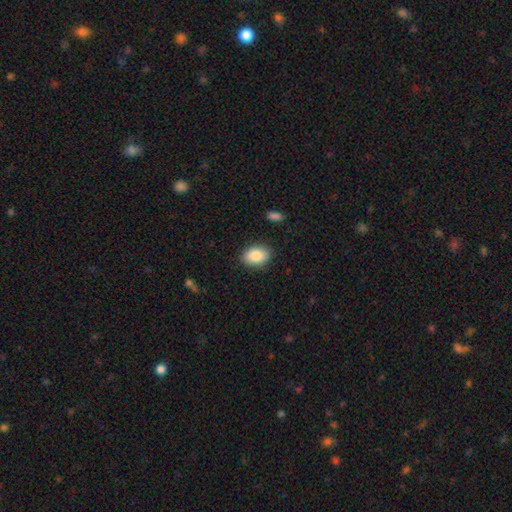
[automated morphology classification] type=smooth (86%); roundness=in between (84%); merging=none (87%).